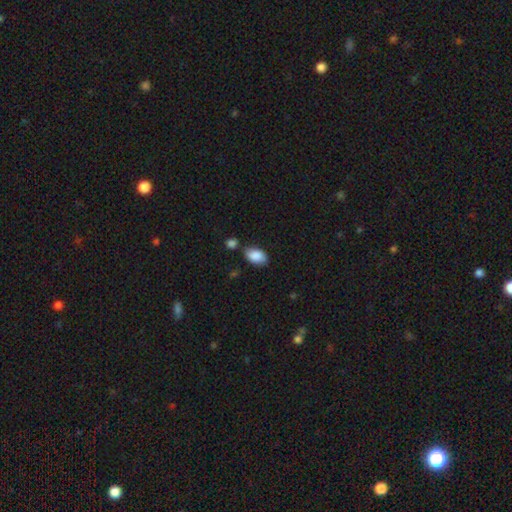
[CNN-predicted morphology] This appears to be a smooth galaxy with no disk features (87%) that is in between round and cigar-shaped (91%). Merging: none (70%).